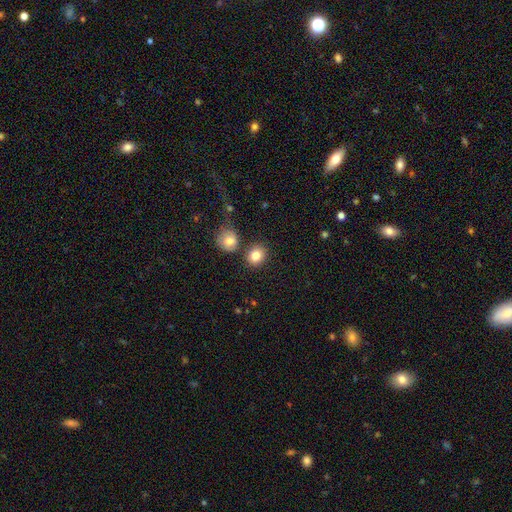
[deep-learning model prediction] Q: Smooth or featured?
A: smooth (83%); runner-up: star or artifact (10%)
Q: How rounded?
A: round (69%); runner-up: in between (30%)
Q: Merging?
A: none (76%); runner-up: merger (11%)